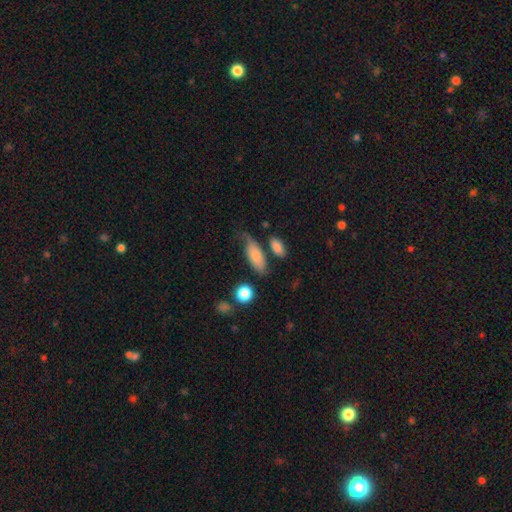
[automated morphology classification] This is likely a smooth galaxy (74%). How rounded: clearly in between (81%). Merging: possibly none (48%).